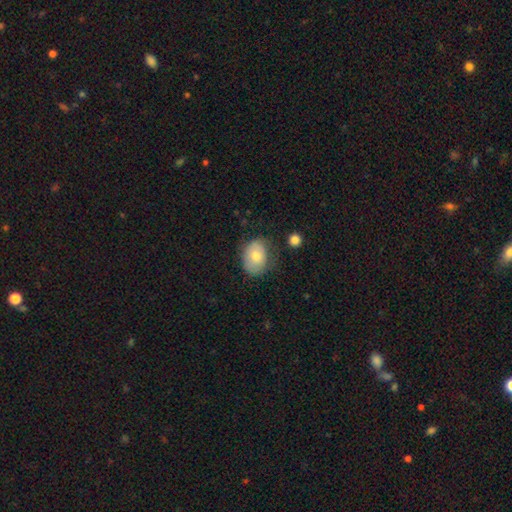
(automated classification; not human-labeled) Smooth or featured? smooth (73%)
How rounded? in between (61%)
Merging? none (64%)